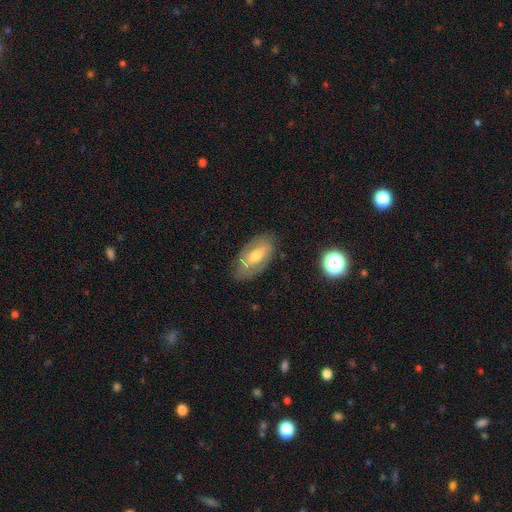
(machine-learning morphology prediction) Smooth or featured: featured or disk — 53% (smooth — 39%)
Edge-on disk: no — 87% (yes — 13%)
Merging: none — 75% (minor disturbance — 18%)